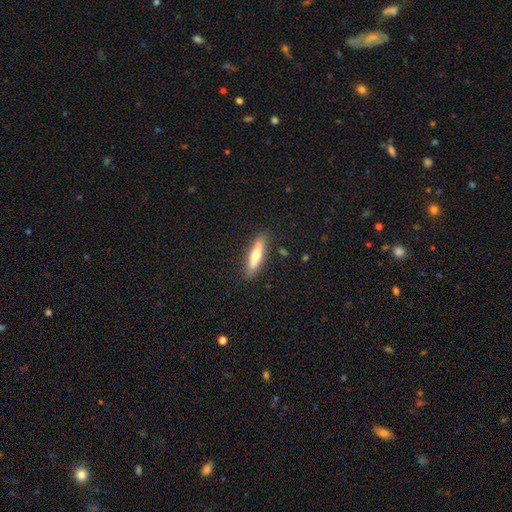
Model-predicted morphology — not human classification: smooth_or_featured: smooth (p=0.63) [alt: featured or disk p=0.31]
how_rounded: cigar-shaped (p=0.82) [alt: in between p=0.17]
merging: none (p=0.87) [alt: minor disturbance p=0.10]